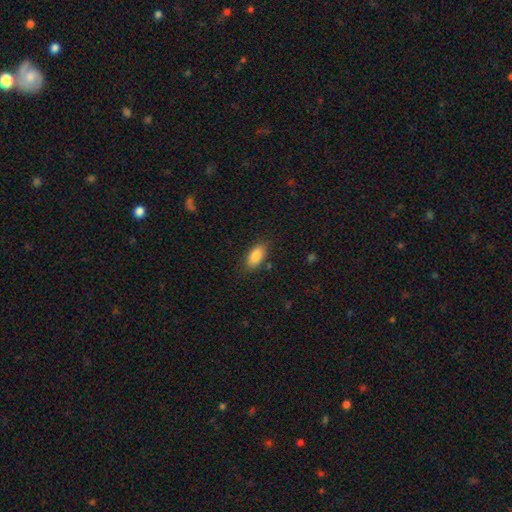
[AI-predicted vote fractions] smooth-or-featured: smooth: 85% | star or artifact: 7% | featured or disk: 7%
  how-rounded: in between: 90% | cigar-shaped: 7% | round: 3%
  merging: none: 84% | minor disturbance: 12% | major disturbance: 3% | merger: 2%